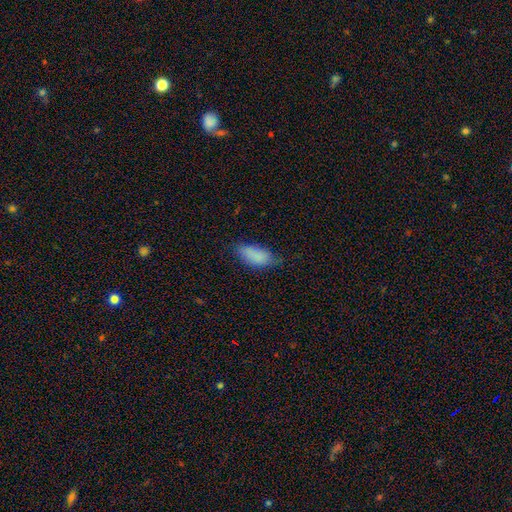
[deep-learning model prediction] smooth 84%, star or artifact 8%, featured or disk 7%. Down the decision tree: how rounded — in between (86%); merging — none (64%).